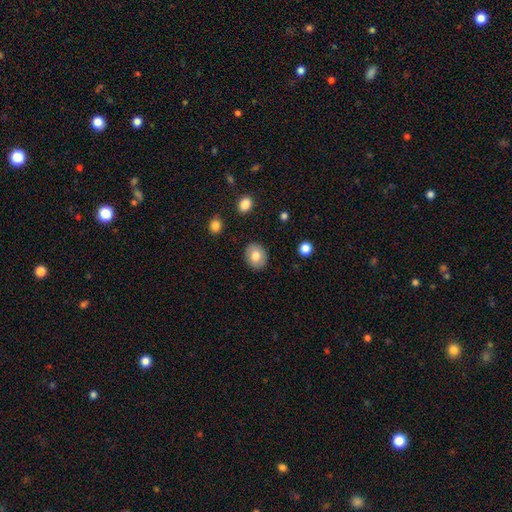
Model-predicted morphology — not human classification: smooth_or_featured: smooth (p=0.78) [alt: featured or disk p=0.14]
how_rounded: round (p=0.58) [alt: in between p=0.41]
merging: none (p=0.88) [alt: minor disturbance p=0.08]